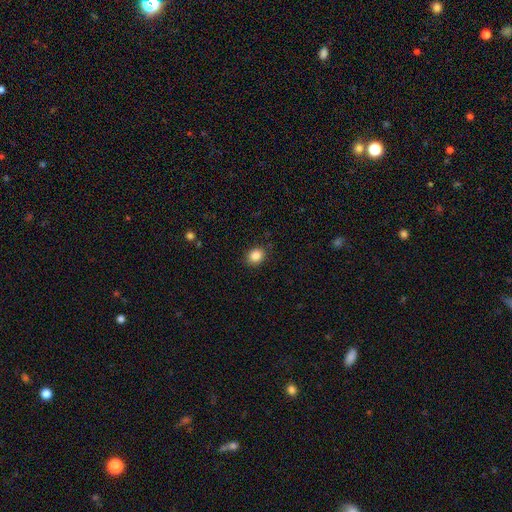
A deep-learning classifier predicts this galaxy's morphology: smooth-or-featured: smooth: 86% | star or artifact: 10% | featured or disk: 5%
  how-rounded: round: 55% | in between: 44% | cigar-shaped: 1%
  merging: none: 88% | minor disturbance: 9% | major disturbance: 2% | merger: 1%